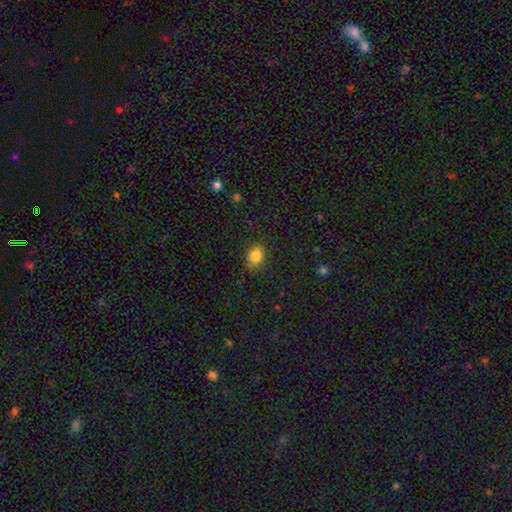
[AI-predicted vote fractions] This appears to be a smooth galaxy with no disk features (84%) that is round (56%). Merging: none (84%).